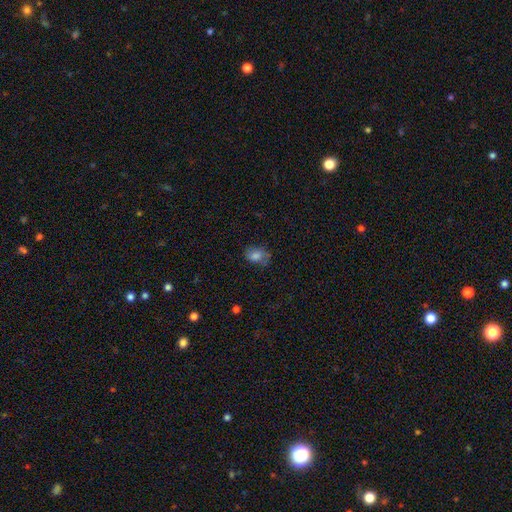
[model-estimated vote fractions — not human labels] Smooth or featured? Predicted: smooth (p=0.71). How rounded? Predicted: in between (p=0.71). Merging? Predicted: none (p=0.57).